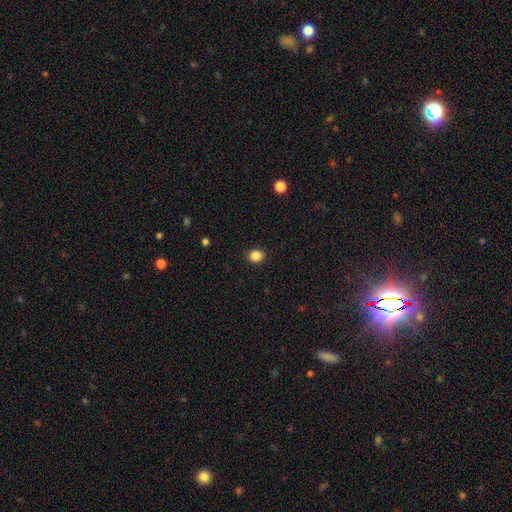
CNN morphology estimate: type=smooth (85%); roundness=round (77%); merging=none (90%).